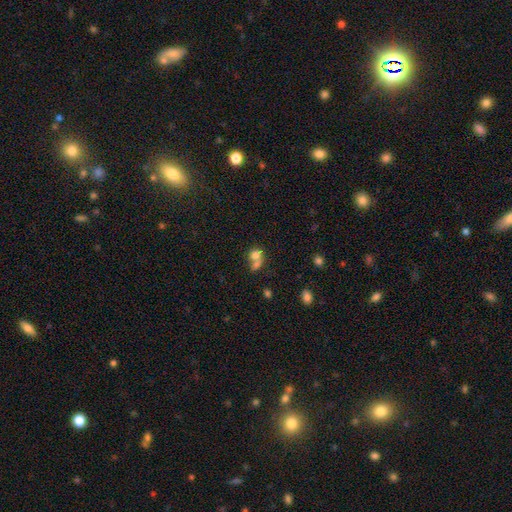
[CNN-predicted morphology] Smooth or featured?
  - smooth: 73% *
  - featured or disk: 15%
  - star or artifact: 11%
How rounded?
  - round: 60% *
  - in between: 39%
  - cigar-shaped: 2%
Merging?
  - merger: 61% *
  - none: 26%
  - minor disturbance: 8%
  - major disturbance: 5%